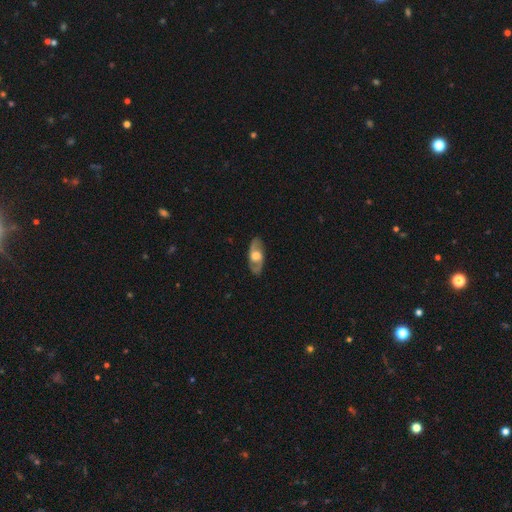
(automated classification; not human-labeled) Smooth or featured?
  - featured or disk: 66% *
  - smooth: 28%
  - star or artifact: 5%
Edge-on disk?
  - no: 81% *
  - yes: 19%
Bar?
  - no: 64% *
  - weak: 28%
  - strong: 7%
Spiral arms?
  - yes: 71% *
  - no: 29%
Bulge size?
  - moderate: 49% *
  - large: 41%
  - small: 6%
  - dominant: 2%
  - none: 2%
Merging?
  - none: 85% *
  - minor disturbance: 11%
  - major disturbance: 3%
  - merger: 1%